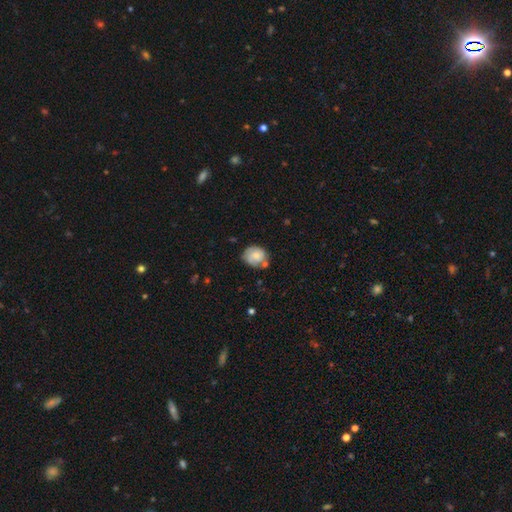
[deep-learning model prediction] Morphology: type=smooth (55%); roundness=round (71%); merging=none (57%).